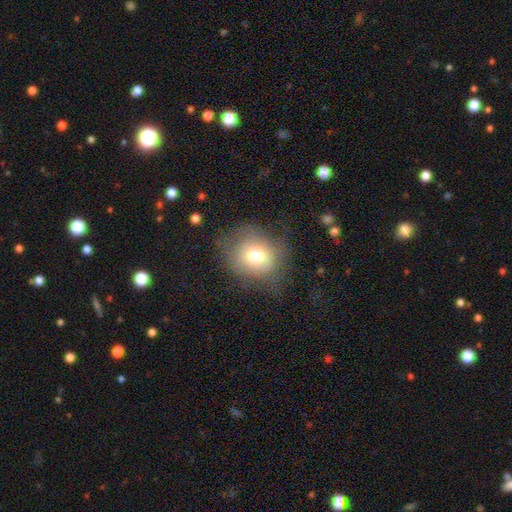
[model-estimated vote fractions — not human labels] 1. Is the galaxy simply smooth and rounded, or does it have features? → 73% smooth, 16% featured or disk, 11% star or artifact.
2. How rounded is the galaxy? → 71% round, 28% in between, 1% cigar-shaped.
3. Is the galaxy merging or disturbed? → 57% none, 24% minor disturbance, 17% major disturbance, 2% merger.